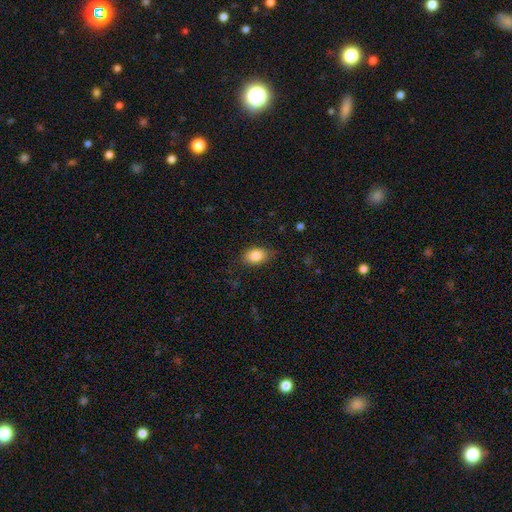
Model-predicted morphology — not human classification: A smooth galaxy with no disk features (84%) that is in between round and cigar-shaped (77%). Merging: none (77%).